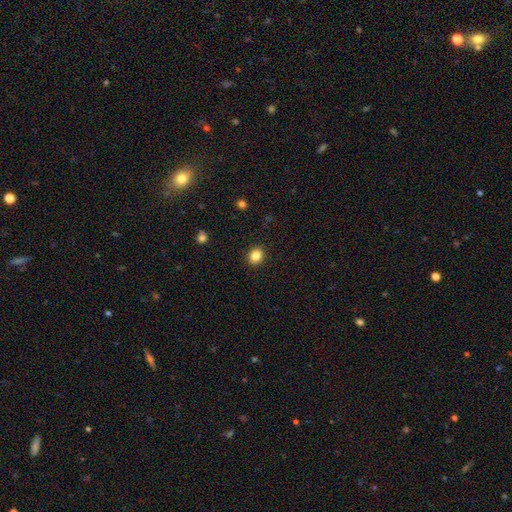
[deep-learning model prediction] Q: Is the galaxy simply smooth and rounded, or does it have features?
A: smooth — 85%.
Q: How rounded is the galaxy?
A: round — 68%.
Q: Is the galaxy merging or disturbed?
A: none — 91%.